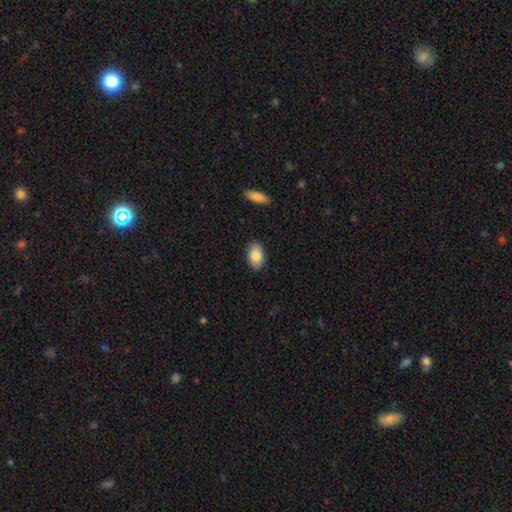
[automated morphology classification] Smooth or featured?
  - smooth: 85% *
  - featured or disk: 9%
  - star or artifact: 7%
How rounded?
  - in between: 92% *
  - round: 7%
  - cigar-shaped: 1%
Merging?
  - none: 88% *
  - minor disturbance: 9%
  - major disturbance: 2%
  - merger: 1%